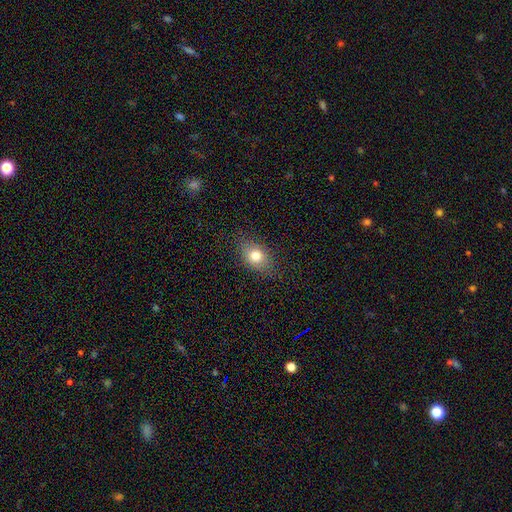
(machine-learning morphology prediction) Q: Smooth or featured?
A: smooth (75%); runner-up: featured or disk (14%)
Q: How rounded?
A: in between (73%); runner-up: round (24%)
Q: Merging?
A: none (82%); runner-up: minor disturbance (13%)